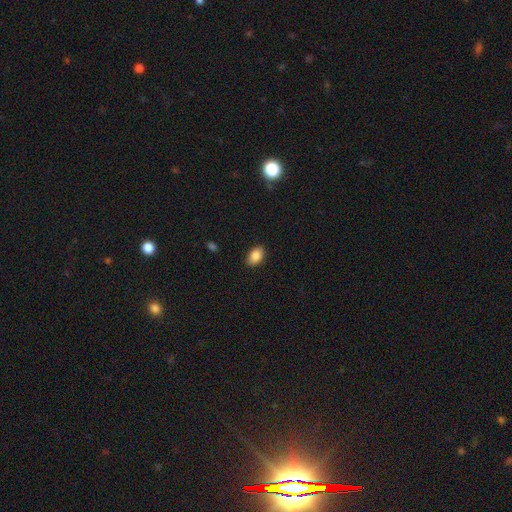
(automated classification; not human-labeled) Smooth or featured? smooth (85%)
How rounded? in between (87%)
Merging? none (87%)